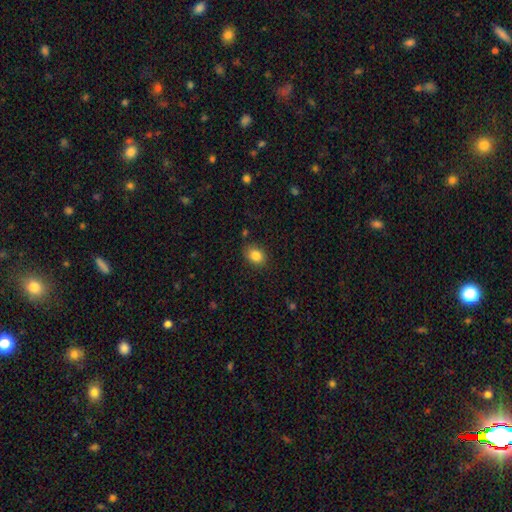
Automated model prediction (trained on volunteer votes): A smooth galaxy with no disk features (85%) that is in between round and cigar-shaped (61%).

Vote fractions:
- Smooth or featured? smooth: 85% / star or artifact: 9% / featured or disk: 6%
- How rounded? in between: 61% / round: 38% / cigar-shaped: 1%
- Merging? none: 83% / minor disturbance: 12% / major disturbance: 3% / merger: 2%